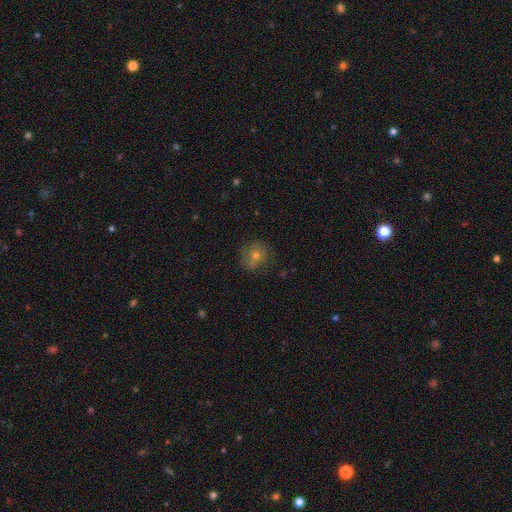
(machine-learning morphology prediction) smooth_or_featured: smooth (p=0.52) [alt: featured or disk p=0.28]
how_rounded: round (p=0.81) [alt: in between p=0.17]
merging: none (p=0.71) [alt: minor disturbance p=0.18]